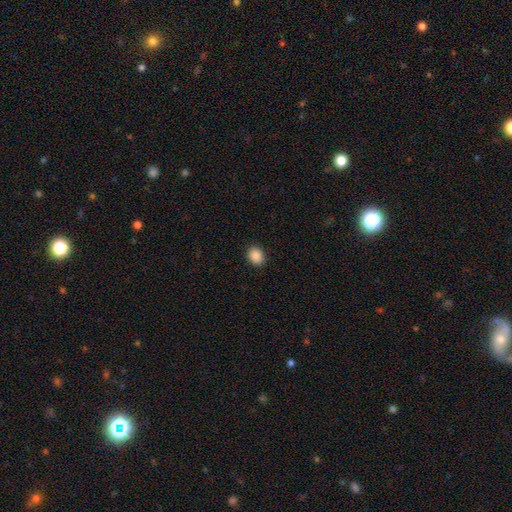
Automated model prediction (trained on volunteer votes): Overall: smooth (89%). How rounded: in between (56%; round 43%). Merging: none (90%).